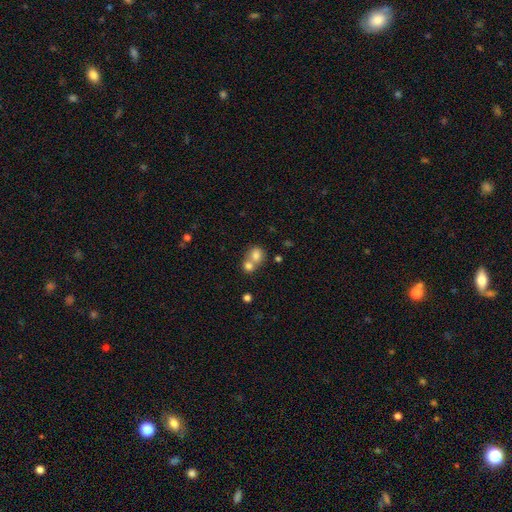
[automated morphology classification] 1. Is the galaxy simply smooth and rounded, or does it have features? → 77% smooth, 12% featured or disk, 11% star or artifact.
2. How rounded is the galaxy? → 74% round, 25% in between, 1% cigar-shaped.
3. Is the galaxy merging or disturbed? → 60% merger, 32% none, 6% minor disturbance, 2% major disturbance.